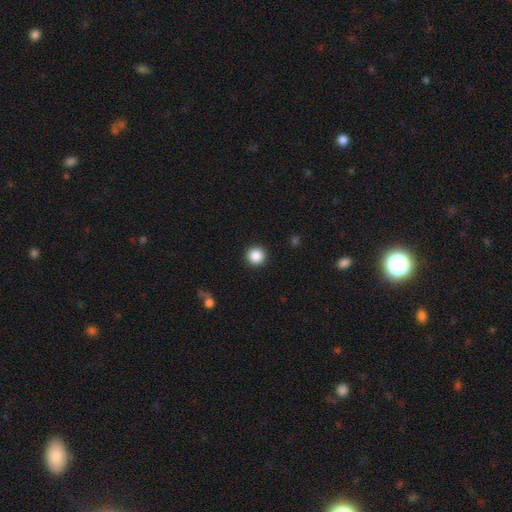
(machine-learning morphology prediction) Overall: smooth (87%). How rounded: round (96%). Merging: none (93%).